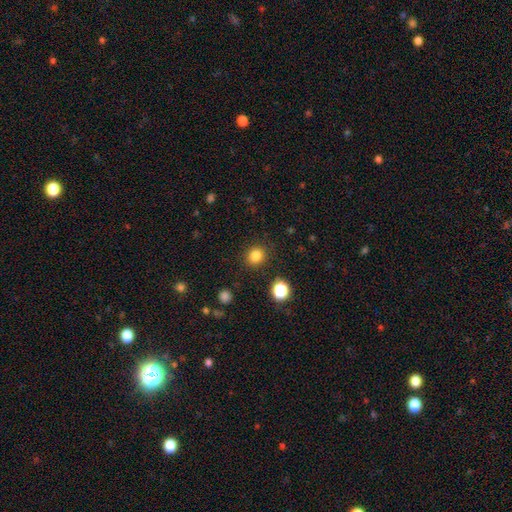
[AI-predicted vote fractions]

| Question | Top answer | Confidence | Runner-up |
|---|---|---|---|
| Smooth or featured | smooth | 82% | star or artifact (13%) |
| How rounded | round | 84% | in between (15%) |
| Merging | none | 88% | minor disturbance (7%) |